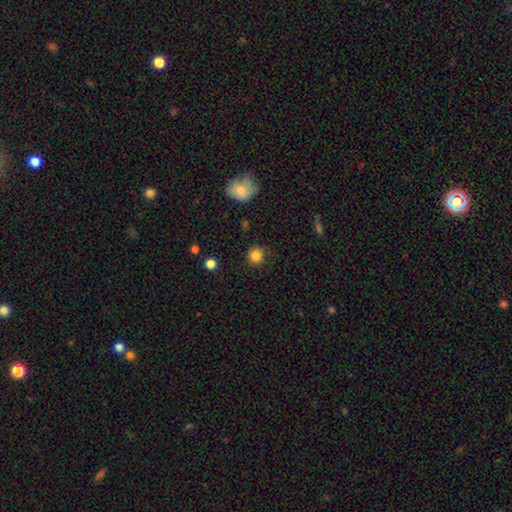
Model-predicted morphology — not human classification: A smooth galaxy with no disk features (85%) that is round (90%). Merging: none (84%).